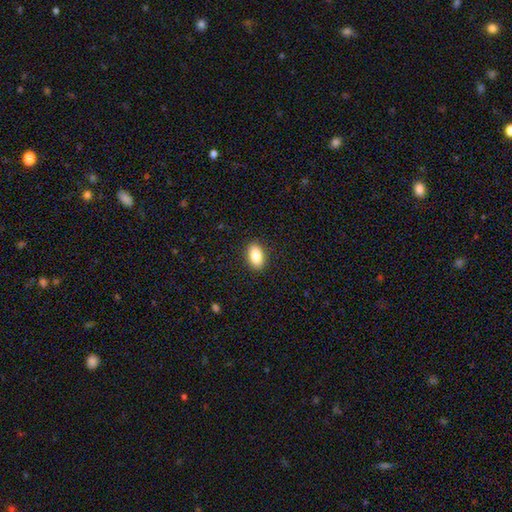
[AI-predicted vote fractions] This appears to be a smooth galaxy with no disk features (85%) that is in between round and cigar-shaped (91%). Merging: none (90%).